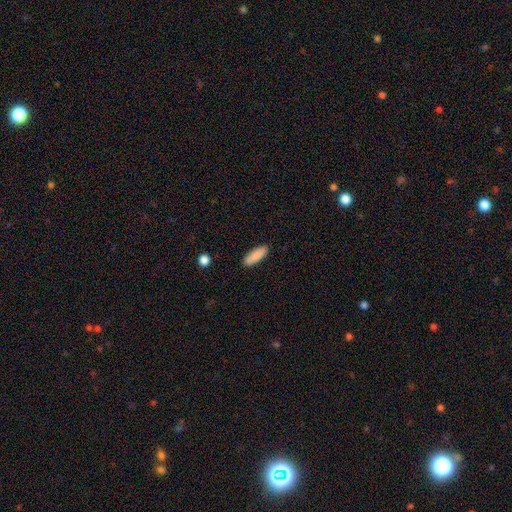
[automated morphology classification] Smooth or featured? smooth (89%)
How rounded? in between (53%)
Merging? none (89%)